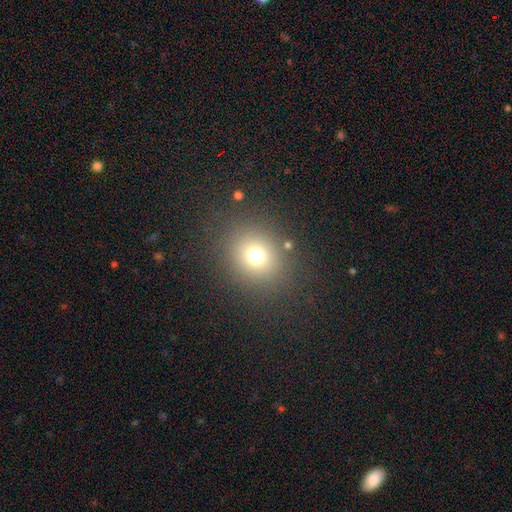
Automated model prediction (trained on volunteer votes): Morphology: type=smooth (72%); roundness=round (77%); merging=none (84%).